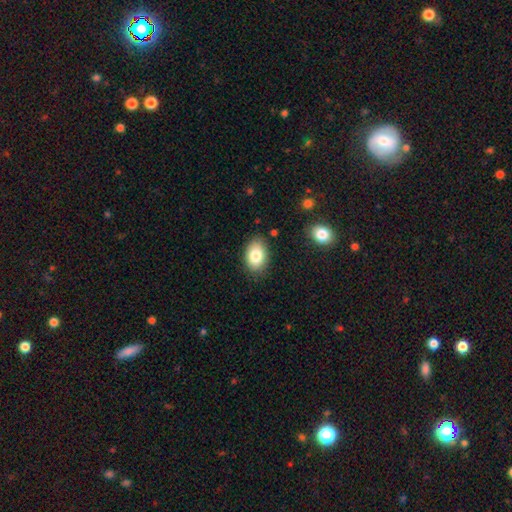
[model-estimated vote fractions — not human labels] Smooth or featured: smooth — 83% (featured or disk — 9%)
How rounded: in between — 86% (round — 13%)
Merging: none — 83% (minor disturbance — 12%)